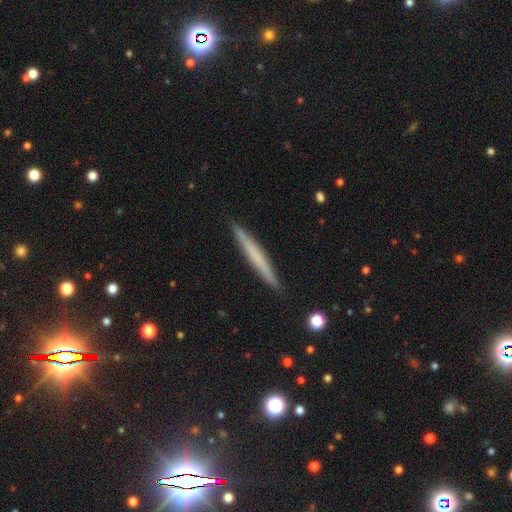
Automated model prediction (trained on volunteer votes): The model was most divided on "smooth or featured": smooth: 58%, featured or disk: 36%, star or artifact: 6%. More confident: how rounded — cigar-shaped (97%); merging — none (92%).